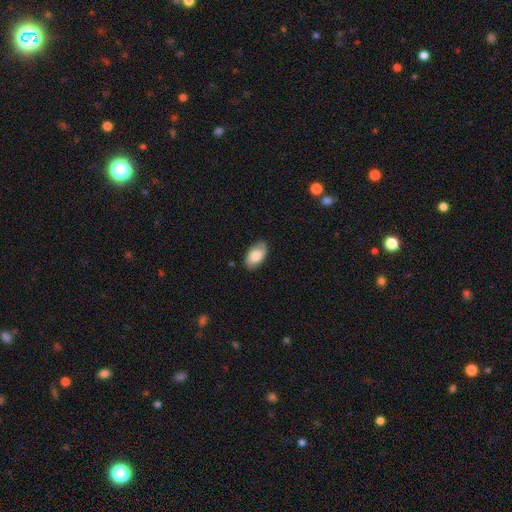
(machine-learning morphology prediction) Smooth or featured? Predicted: smooth (p=0.74). How rounded? Predicted: in between (p=0.94). Merging? Predicted: none (p=0.82).